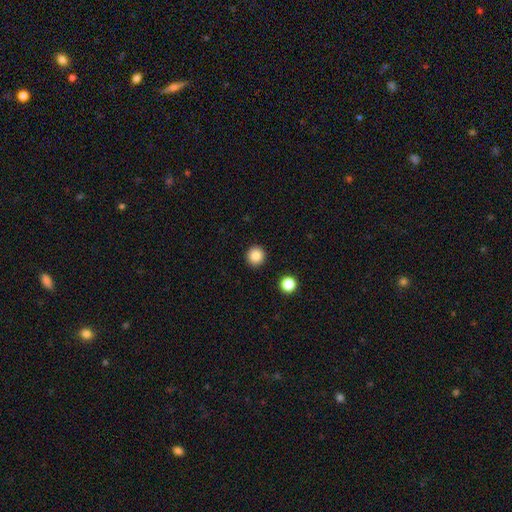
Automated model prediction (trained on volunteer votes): smooth-or-featured: smooth: 85% | star or artifact: 10% | featured or disk: 5%
  how-rounded: round: 95% | in between: 4% | cigar-shaped: 1%
  merging: none: 92% | minor disturbance: 5% | major disturbance: 2% | merger: 1%